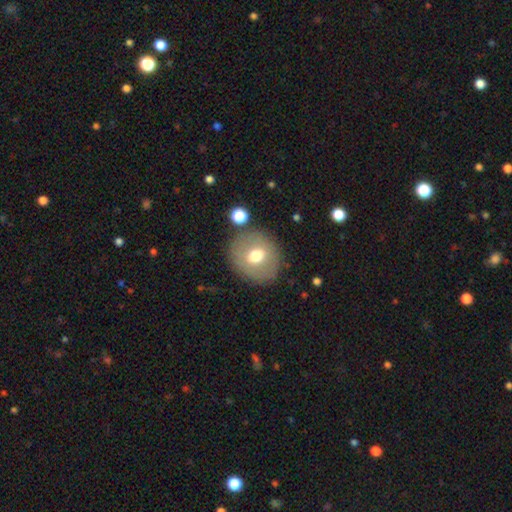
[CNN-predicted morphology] type=smooth (64%); roundness=round (80%); merging=none (82%).